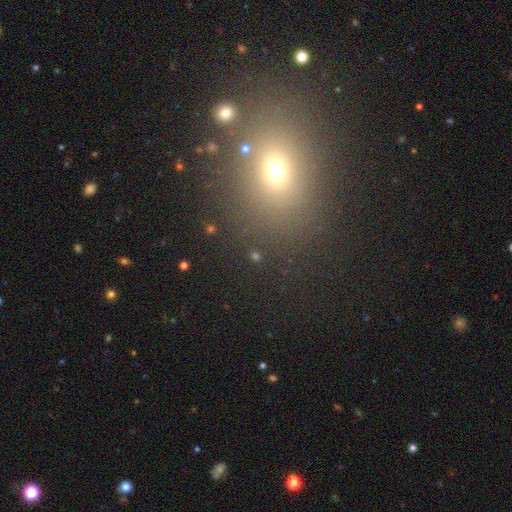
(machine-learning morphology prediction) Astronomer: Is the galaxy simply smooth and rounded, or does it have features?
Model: smooth — 48% (runner-up: star or artifact, 41%).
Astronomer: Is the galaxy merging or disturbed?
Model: none — 79%.